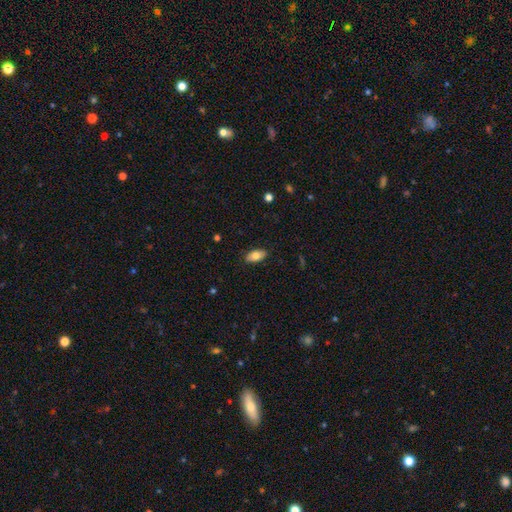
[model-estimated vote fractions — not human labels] smooth-or-featured: smooth: 78% | featured or disk: 15% | star or artifact: 7%
  how-rounded: in between: 92% | cigar-shaped: 5% | round: 3%
  merging: none: 87% | minor disturbance: 10% | major disturbance: 2% | merger: 1%